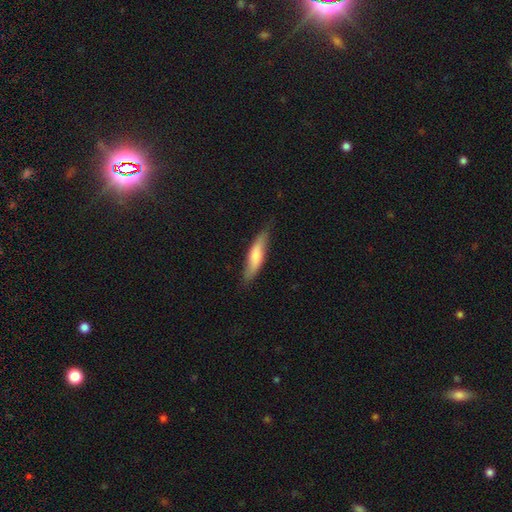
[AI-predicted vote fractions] Smooth or featured: smooth — 68% (featured or disk — 27%)
How rounded: cigar-shaped — 69% (in between — 29%)
Merging: none — 75% (minor disturbance — 20%)